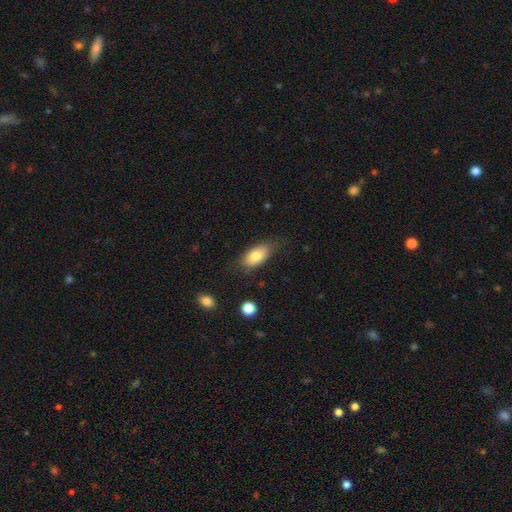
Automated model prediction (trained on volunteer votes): This is clearly a smooth galaxy (80%). How rounded: clearly in between (90%). Merging: likely none (73%).